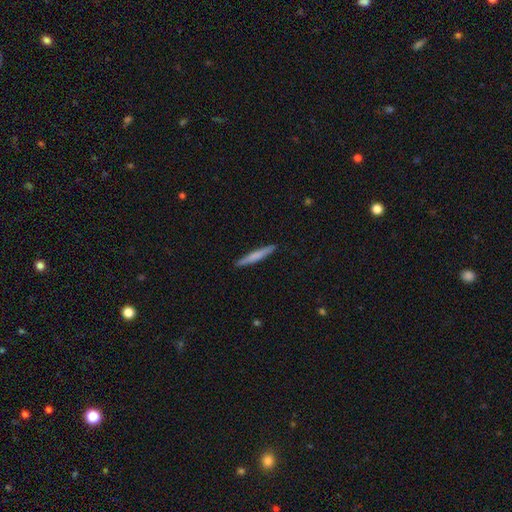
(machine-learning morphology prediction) A smooth galaxy with no disk features (63%) that is cigar-shaped (96%). Merging: none (91%).